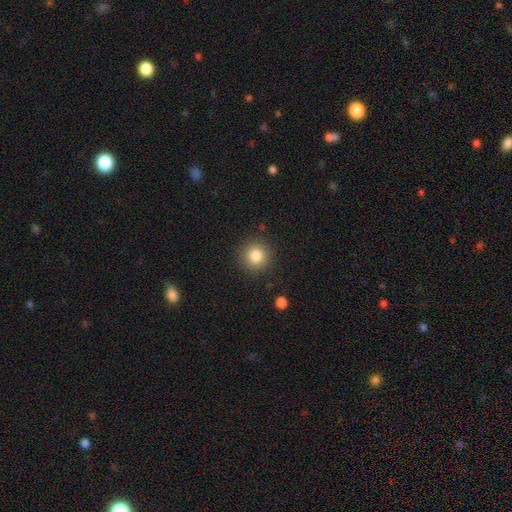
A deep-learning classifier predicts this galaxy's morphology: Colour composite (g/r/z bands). It shows a smooth galaxy with no disk features (83%) that is round (94%). Merging: none (89%).